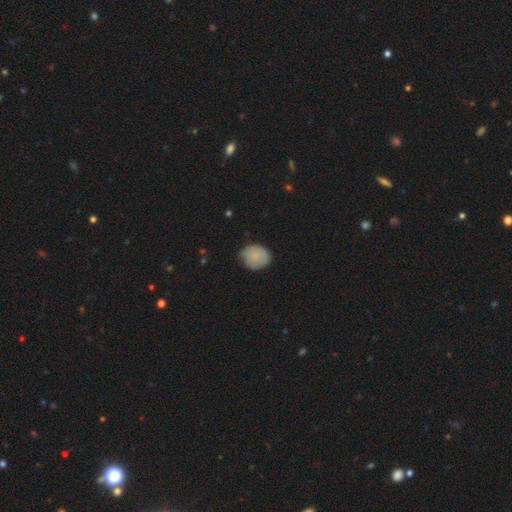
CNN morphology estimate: Q: Smooth or featured?
A: smooth (82%); runner-up: featured or disk (11%)
Q: How rounded?
A: round (56%); runner-up: in between (43%)
Q: Merging?
A: none (69%); runner-up: minor disturbance (25%)